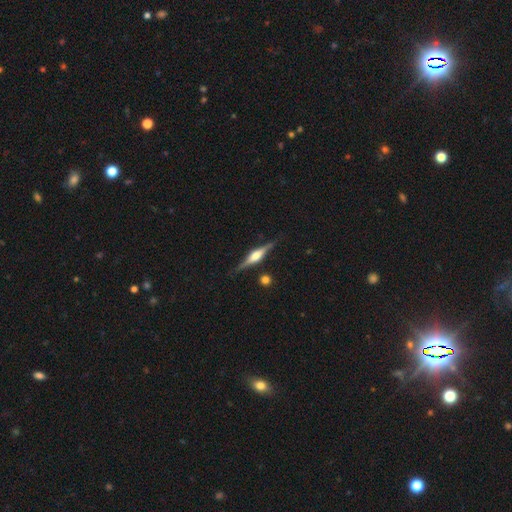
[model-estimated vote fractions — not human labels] This appears to be a featured or disk galaxy (79%) viewed edge-on (98%) with a rounded central bulge (86%). Merging: none (85%).